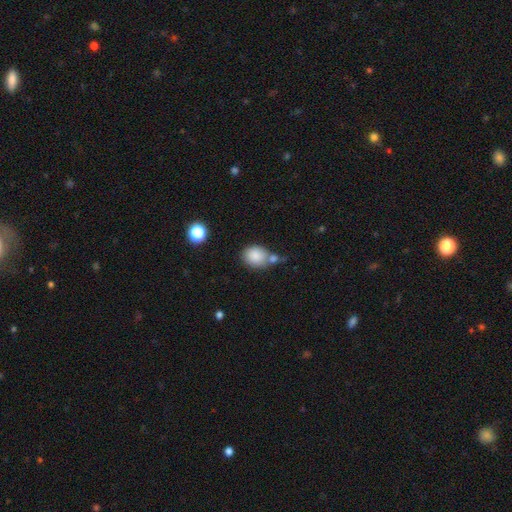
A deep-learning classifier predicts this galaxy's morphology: smooth 85%, star or artifact 8%, featured or disk 7%. Down the decision tree: how rounded — round (62%); merging — none (49%).